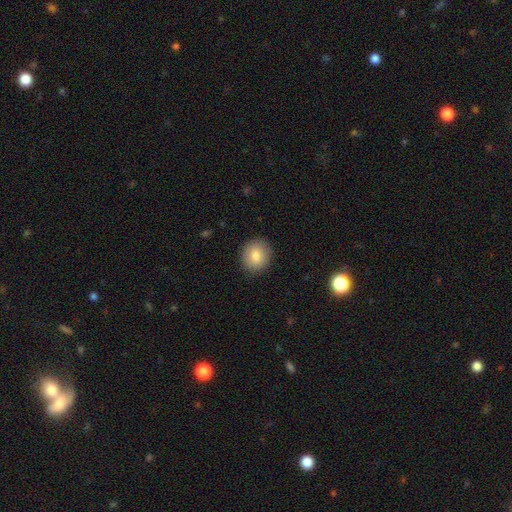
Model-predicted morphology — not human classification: Smooth or featured? smooth (83%)
How rounded? round (71%)
Merging? none (89%)